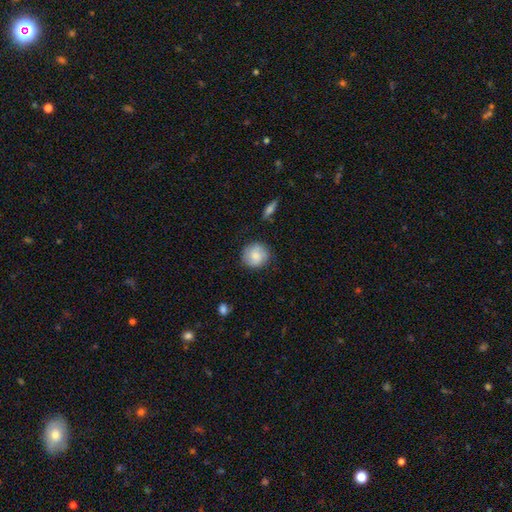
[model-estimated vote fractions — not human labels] Smooth or featured: smooth — 75% (featured or disk — 18%)
How rounded: round — 90% (in between — 9%)
Merging: none — 83% (minor disturbance — 12%)